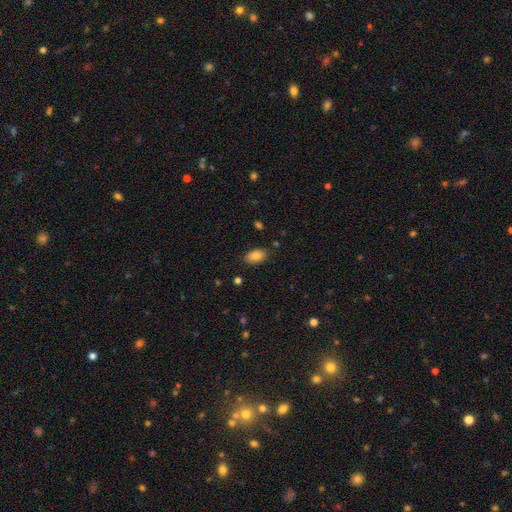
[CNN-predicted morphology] This appears to be a smooth galaxy with no disk features (84%) that is in between round and cigar-shaped (91%). Merging: none (84%).